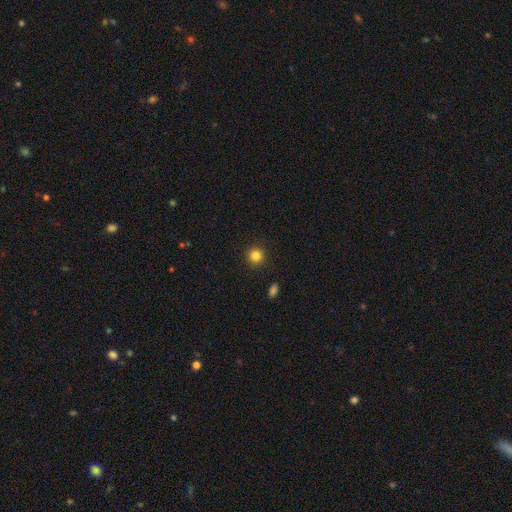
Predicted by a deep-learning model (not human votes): The model was most divided on "smooth or featured": smooth: 83%, star or artifact: 12%, featured or disk: 5%. More confident: how rounded — round (94%); merging — none (92%).